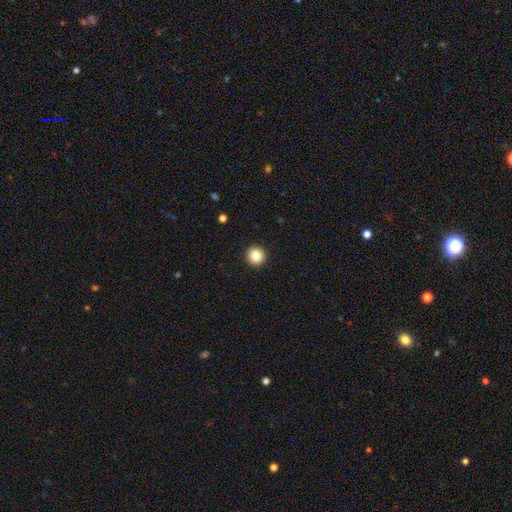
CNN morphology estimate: smooth 84%, star or artifact 10%, featured or disk 6%. Down the decision tree: how rounded — round (95%); merging — none (93%).